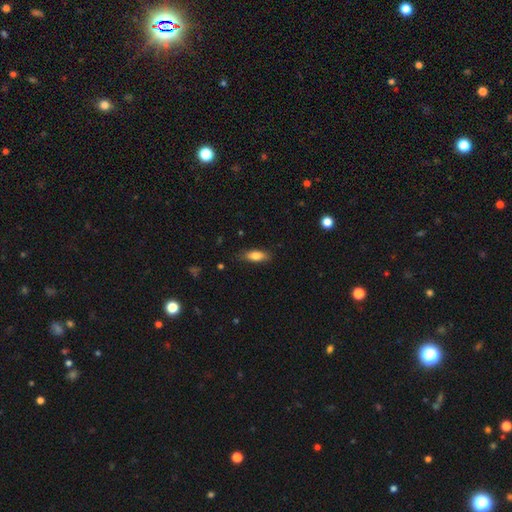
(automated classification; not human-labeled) Smooth or featured?
  - smooth: 80% *
  - featured or disk: 13%
  - star or artifact: 7%
How rounded?
  - in between: 75% *
  - cigar-shaped: 22%
  - round: 3%
Merging?
  - none: 81% *
  - minor disturbance: 15%
  - major disturbance: 3%
  - merger: 1%